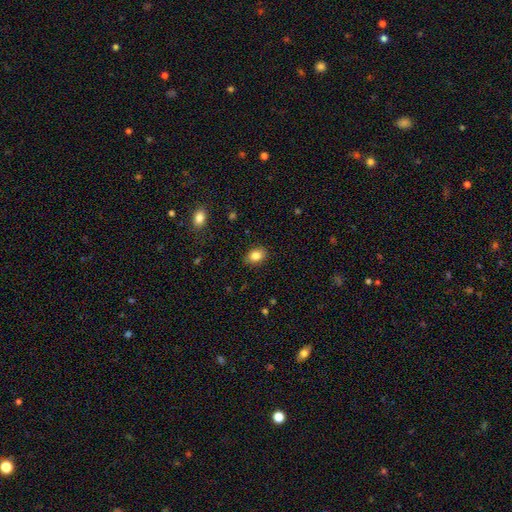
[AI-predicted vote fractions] The model was most divided on "how rounded": in between: 70%, round: 29%, cigar-shaped: 1%. More confident: smooth or featured — smooth (84%); merging — none (84%).